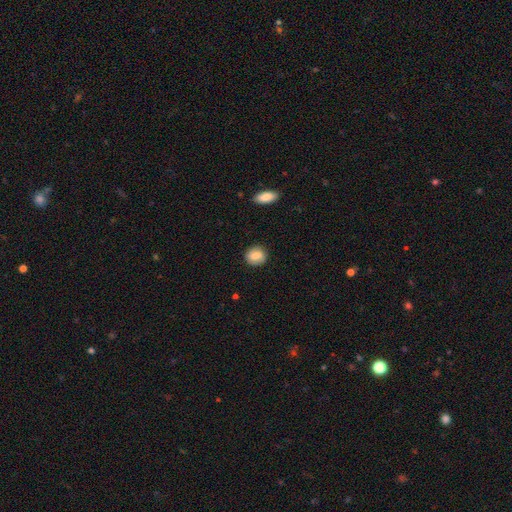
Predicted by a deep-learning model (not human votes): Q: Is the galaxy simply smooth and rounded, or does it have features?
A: smooth — 70%.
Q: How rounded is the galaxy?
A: round — 68%.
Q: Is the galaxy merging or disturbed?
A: none — 84%.